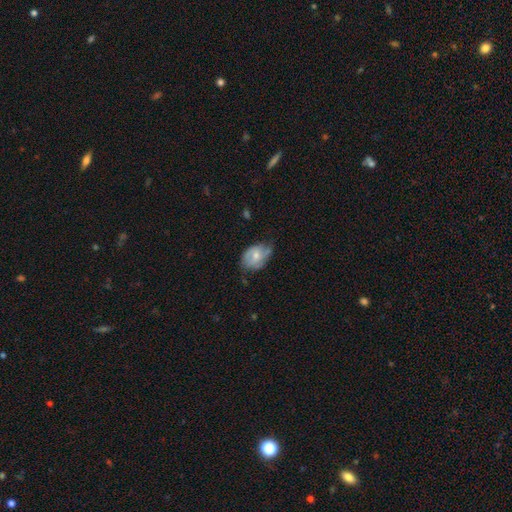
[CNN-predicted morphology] Overall: smooth (50%; featured or disk 43%). How rounded: in between (72%). Merging: none (46%; minor disturbance 39%).